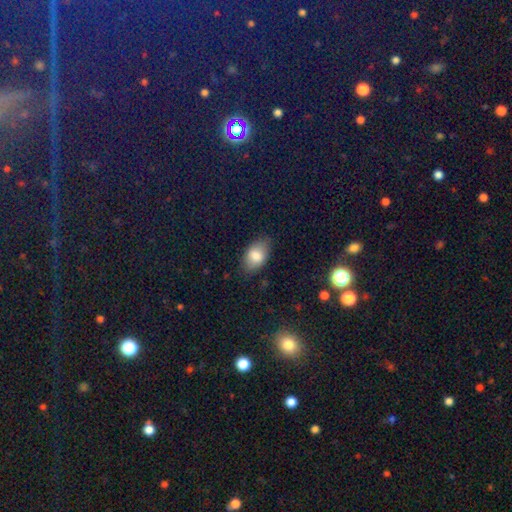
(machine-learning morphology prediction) Smooth or featured? smooth (81%)
How rounded? in between (91%)
Merging? none (79%)